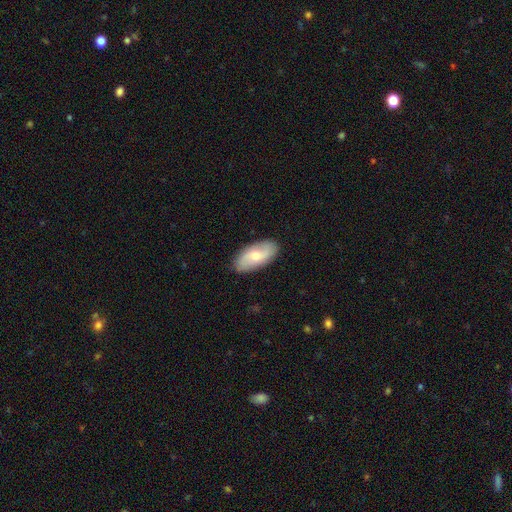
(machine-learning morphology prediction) The model was most divided on "smooth or featured": smooth: 52%, featured or disk: 43%, star or artifact: 5%. More confident: how rounded — in between (90%); merging — none (87%).